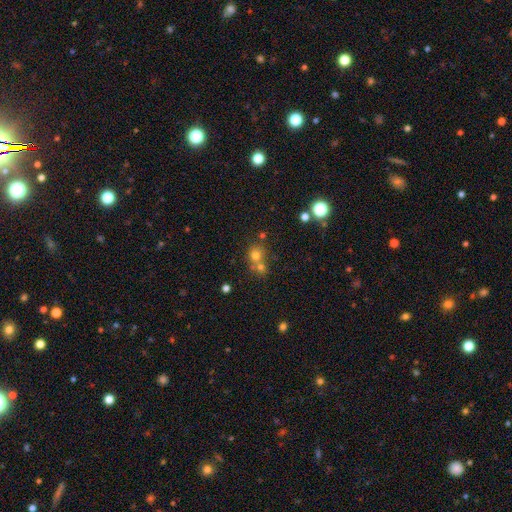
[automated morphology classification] A smooth galaxy with no disk features (69%) that is round (83%). Merging: none (47%).